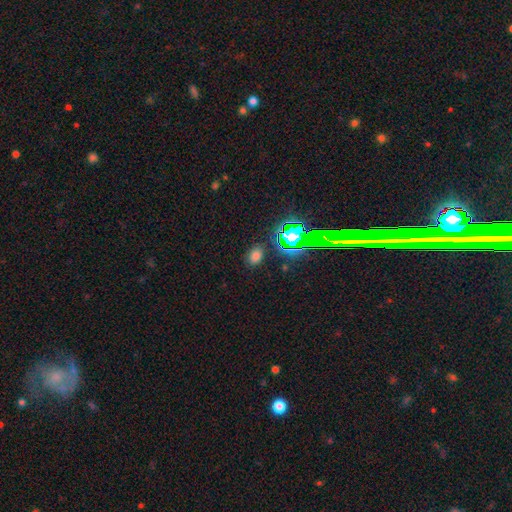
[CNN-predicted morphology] smooth 69%, star or artifact 26%, featured or disk 6%. Down the decision tree: how rounded — in between (75%); merging — none (84%).